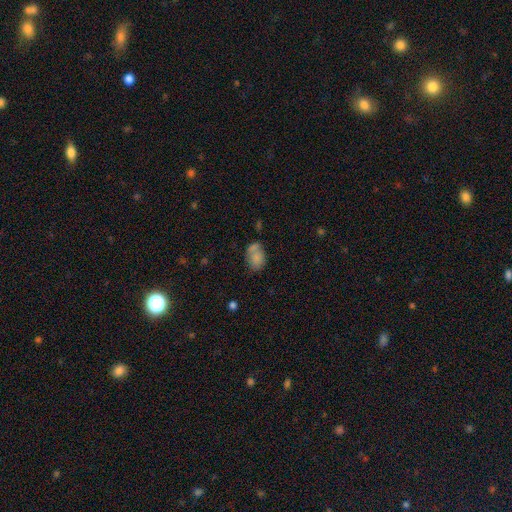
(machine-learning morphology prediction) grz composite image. It shows a smooth galaxy with no disk features (76%) that is in between round and cigar-shaped (71%). Merging: none (41%).